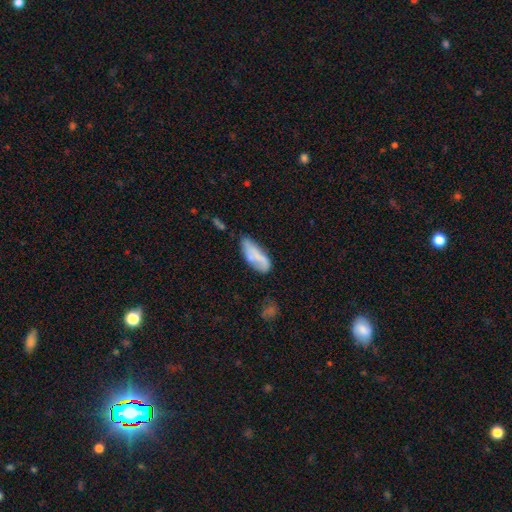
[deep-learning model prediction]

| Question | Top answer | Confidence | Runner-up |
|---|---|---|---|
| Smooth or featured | smooth | 68% | featured or disk (23%) |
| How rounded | in between | 69% | cigar-shaped (29%) |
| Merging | none | 45% | minor disturbance (32%) |